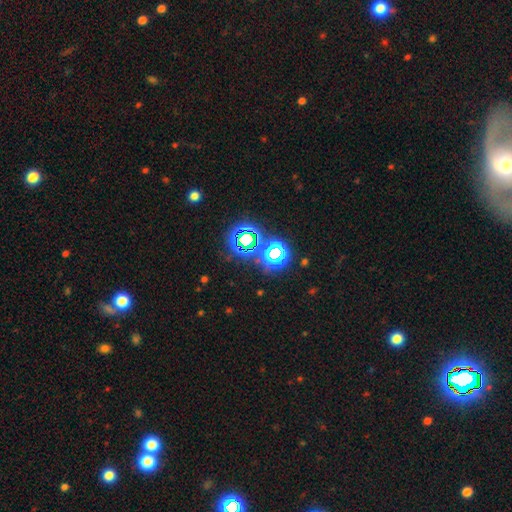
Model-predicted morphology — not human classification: smooth_or_featured: star or artifact (p=0.58) [alt: smooth p=0.27]